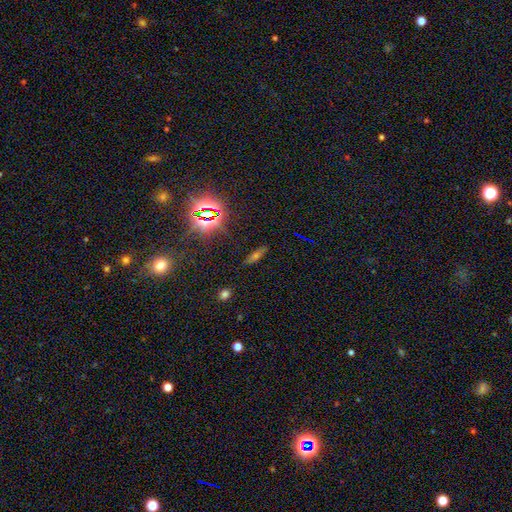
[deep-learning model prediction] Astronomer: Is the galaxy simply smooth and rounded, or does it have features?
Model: star or artifact — 39% (runner-up: smooth, 35%).